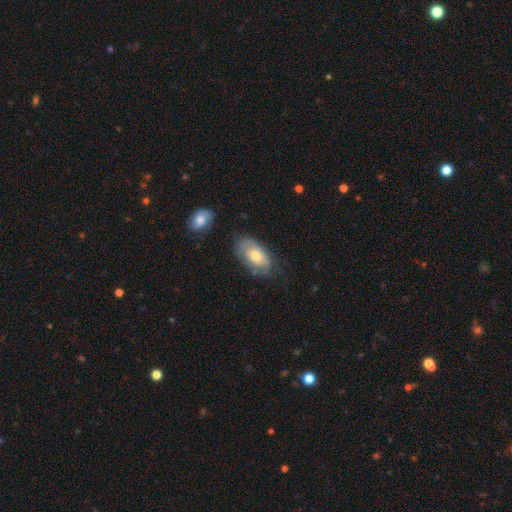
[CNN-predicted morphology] Smooth or featured? smooth (55%)
How rounded? in between (92%)
Merging? none (65%)